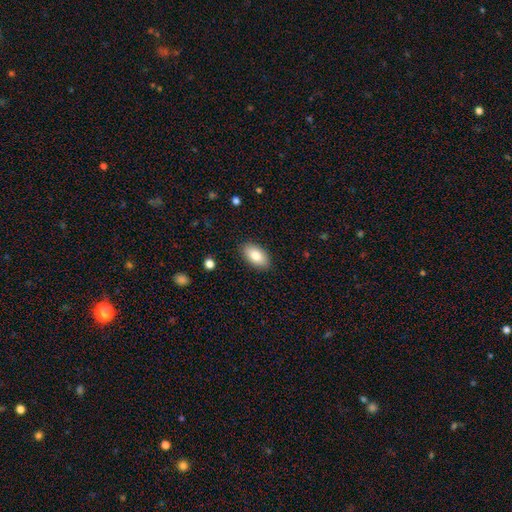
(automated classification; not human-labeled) smooth-or-featured: smooth: 82% | featured or disk: 11% | star or artifact: 7%
  how-rounded: in between: 94% | round: 4% | cigar-shaped: 2%
  merging: none: 88% | minor disturbance: 9% | major disturbance: 2% | merger: 1%